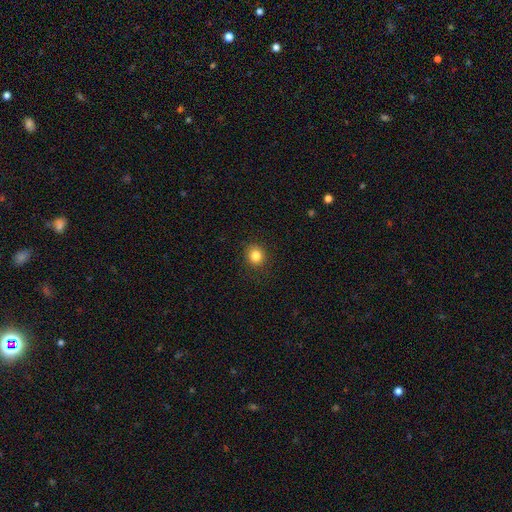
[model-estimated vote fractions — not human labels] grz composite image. It shows a smooth galaxy with no disk features (83%) that is round (85%). Merging: none (90%).